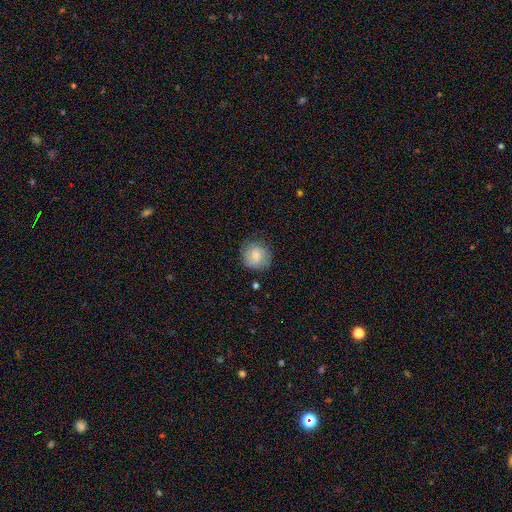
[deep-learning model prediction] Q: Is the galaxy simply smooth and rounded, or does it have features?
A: smooth — 75%.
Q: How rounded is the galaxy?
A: round — 89%.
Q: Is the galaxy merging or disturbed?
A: none — 75%.